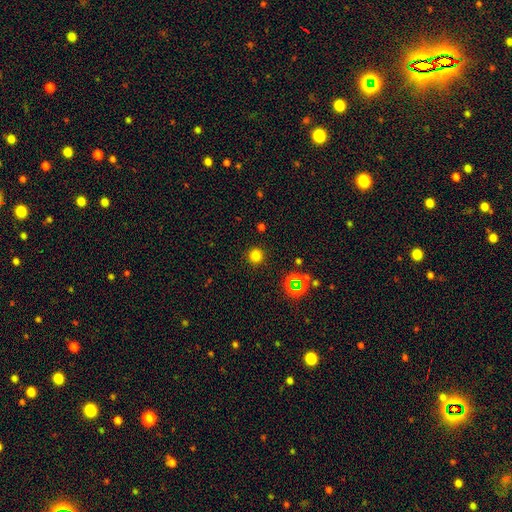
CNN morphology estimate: A smooth galaxy with no disk features (76%) that is round (95%).

Vote fractions:
- Smooth or featured? smooth: 76% / star or artifact: 19% / featured or disk: 5%
- How rounded? round: 95% / in between: 4% / cigar-shaped: 1%
- Merging? none: 91% / minor disturbance: 5% / major disturbance: 2% / merger: 1%